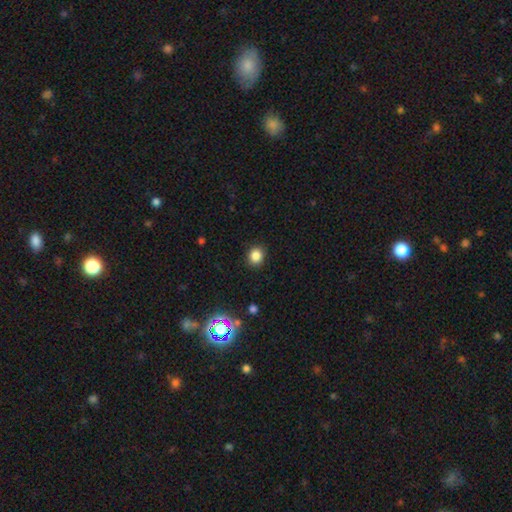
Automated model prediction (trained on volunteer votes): smooth_or_featured: smooth (p=0.84) [alt: star or artifact p=0.12]
how_rounded: round (p=0.76) [alt: in between p=0.23]
merging: none (p=0.91) [alt: minor disturbance p=0.06]